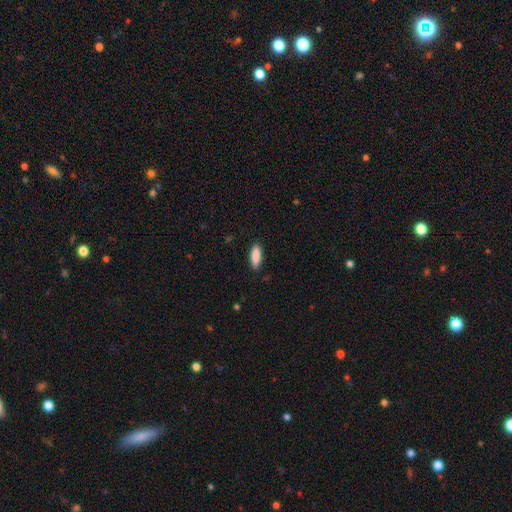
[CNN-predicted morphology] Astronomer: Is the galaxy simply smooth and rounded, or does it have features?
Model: smooth — 89%.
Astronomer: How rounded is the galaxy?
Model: in between — 54% (runner-up: cigar-shaped, 44%).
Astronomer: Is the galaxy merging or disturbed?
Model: none — 88%.